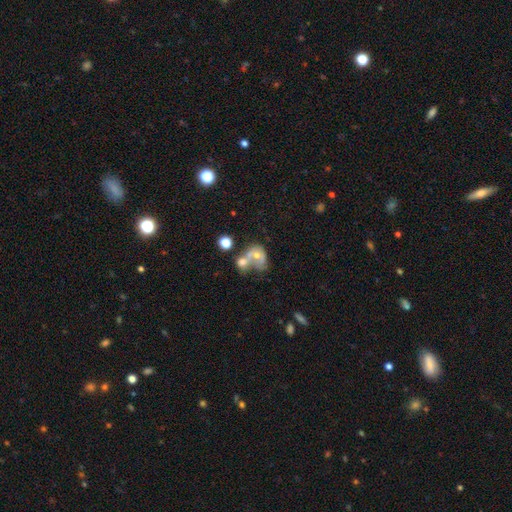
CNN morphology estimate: Smooth or featured: smooth — 49% (featured or disk — 40%)
Merging: merger — 65% (none — 15%)